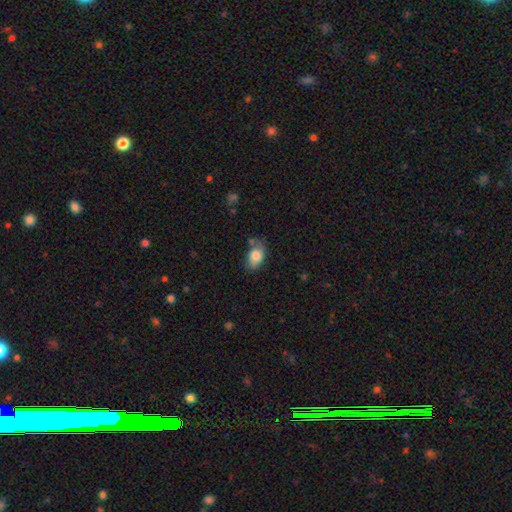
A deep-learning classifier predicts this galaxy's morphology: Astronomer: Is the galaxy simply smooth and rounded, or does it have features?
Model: smooth — 79%.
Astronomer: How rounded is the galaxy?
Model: in between — 90%.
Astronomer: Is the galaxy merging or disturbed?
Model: none — 56%.